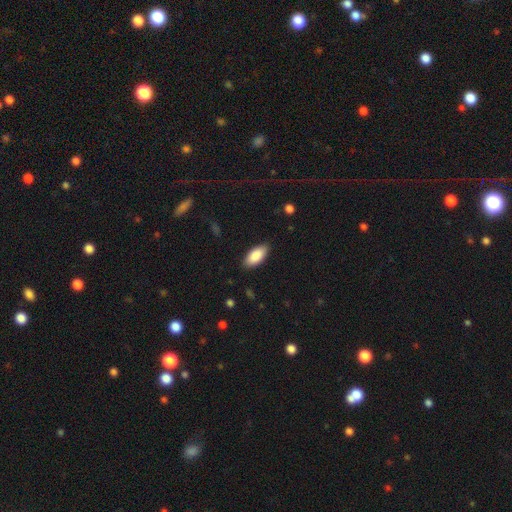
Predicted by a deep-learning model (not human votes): A smooth galaxy with no disk features (88%) that is in between round and cigar-shaped (92%).

Vote fractions:
- Smooth or featured? smooth: 88% / featured or disk: 6% / star or artifact: 6%
- How rounded? in between: 92% / cigar-shaped: 7% / round: 2%
- Merging? none: 86% / minor disturbance: 11% / major disturbance: 2% / merger: 1%